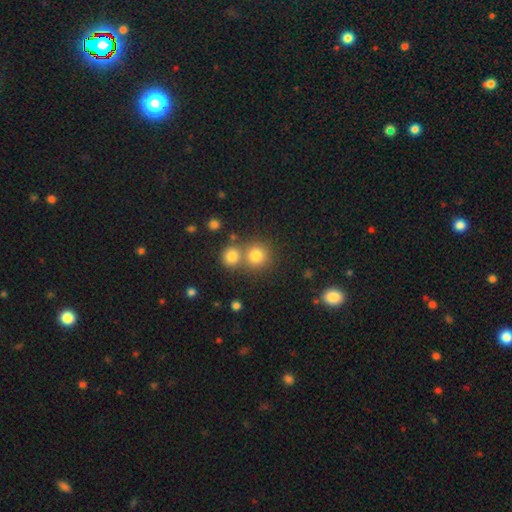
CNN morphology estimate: Smooth or featured?
  - smooth: 79% *
  - star or artifact: 13%
  - featured or disk: 8%
How rounded?
  - round: 91% *
  - in between: 8%
  - cigar-shaped: 1%
Merging?
  - none: 59% *
  - merger: 31%
  - minor disturbance: 7%
  - major disturbance: 3%